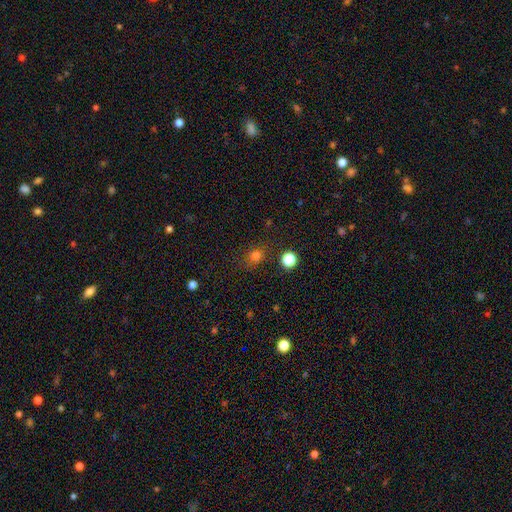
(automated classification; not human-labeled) This appears to be a smooth galaxy with no disk features (76%) that is round (70%). Merging: none (76%).